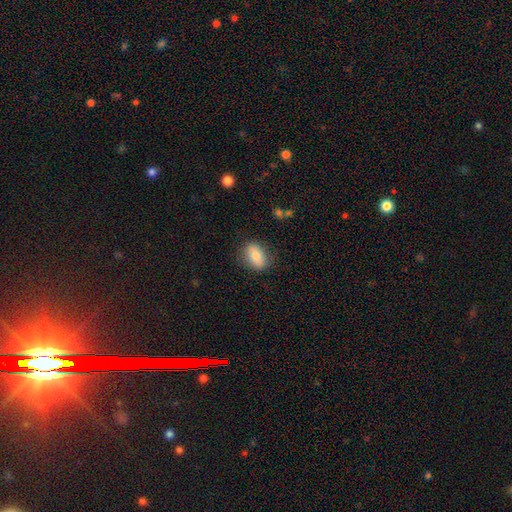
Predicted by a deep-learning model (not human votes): A smooth galaxy with no disk features (74%) that is in between round and cigar-shaped (78%).

Vote fractions:
- Smooth or featured? smooth: 74% / featured or disk: 18% / star or artifact: 8%
- How rounded? in between: 78% / round: 19% / cigar-shaped: 3%
- Merging? none: 82% / minor disturbance: 13% / major disturbance: 3% / merger: 1%